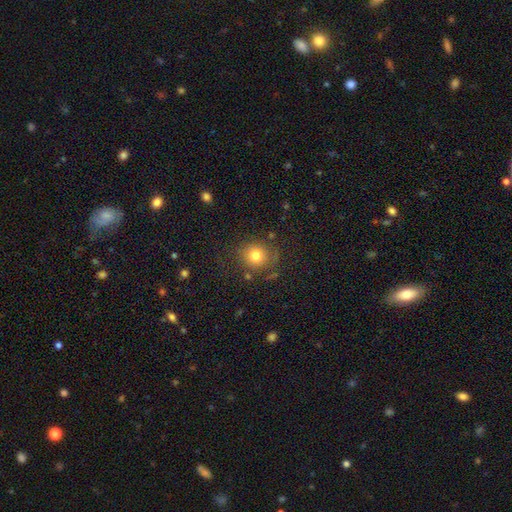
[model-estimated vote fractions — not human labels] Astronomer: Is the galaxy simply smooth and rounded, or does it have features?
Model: smooth — 77%.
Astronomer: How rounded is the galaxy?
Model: round — 89%.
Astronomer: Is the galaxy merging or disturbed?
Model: none — 81%.